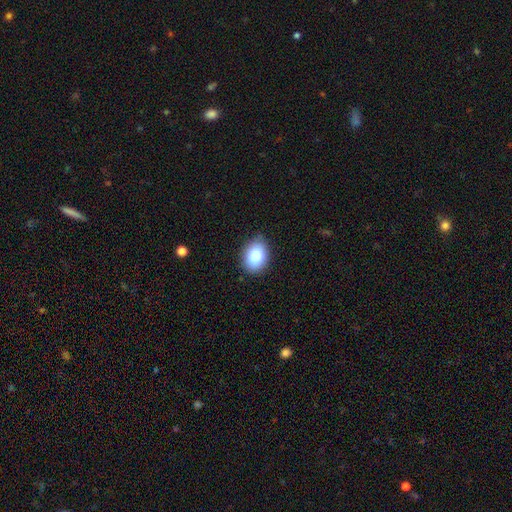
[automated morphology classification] smooth_or_featured: smooth (p=0.84) [alt: featured or disk p=0.08]
how_rounded: in between (p=0.74) [alt: round p=0.25]
merging: none (p=0.80) [alt: minor disturbance p=0.16]